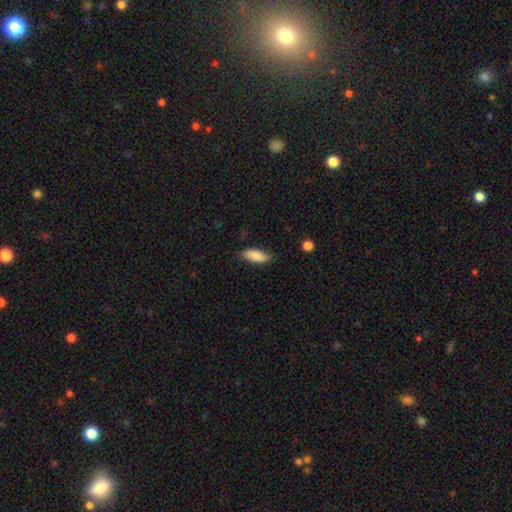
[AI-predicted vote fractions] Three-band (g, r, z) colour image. It shows a smooth galaxy with no disk features (86%) that is in between round and cigar-shaped (75%). Merging: none (81%).